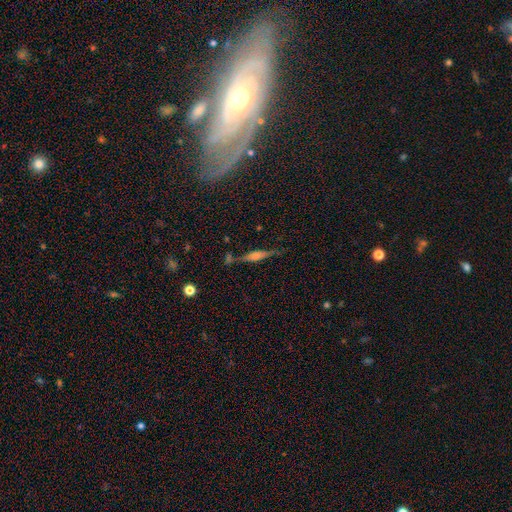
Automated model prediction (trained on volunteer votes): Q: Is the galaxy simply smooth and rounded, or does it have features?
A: featured or disk — 60%.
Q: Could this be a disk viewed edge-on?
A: yes — 94%.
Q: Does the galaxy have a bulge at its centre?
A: rounded — 58%.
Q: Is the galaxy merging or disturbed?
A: none — 70%.